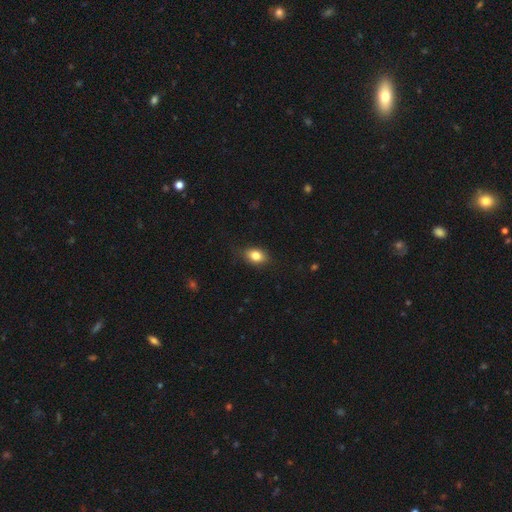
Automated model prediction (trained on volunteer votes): smooth 83%, star or artifact 9%, featured or disk 8%. Down the decision tree: how rounded — in between (78%); merging — none (79%).